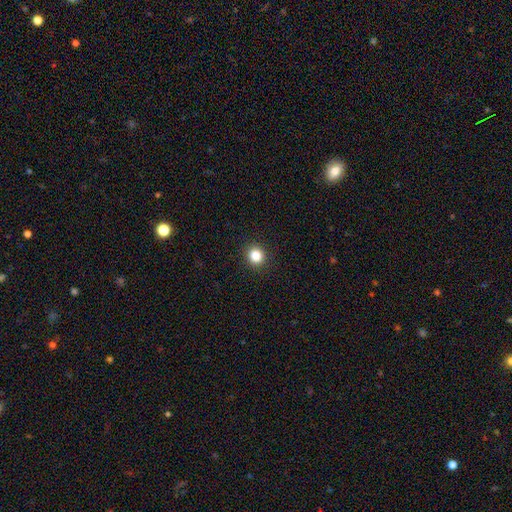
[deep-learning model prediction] Overall: smooth (85%). How rounded: round (87%). Merging: none (92%).